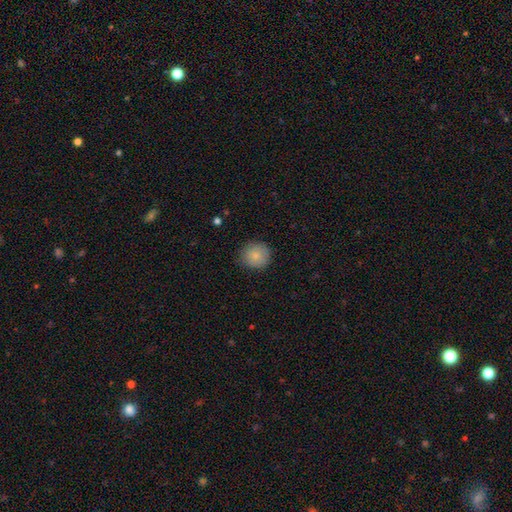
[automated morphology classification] Smooth or featured: smooth — 84% (star or artifact — 8%)
How rounded: round — 91% (in between — 9%)
Merging: none — 85% (minor disturbance — 12%)